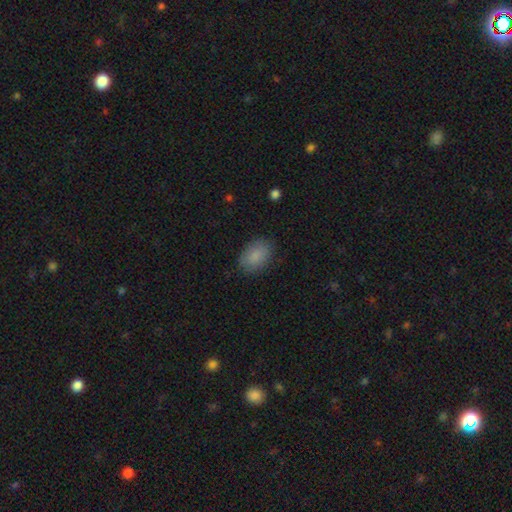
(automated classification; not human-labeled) Smooth or featured? smooth (87%)
How rounded? in between (86%)
Merging? none (83%)